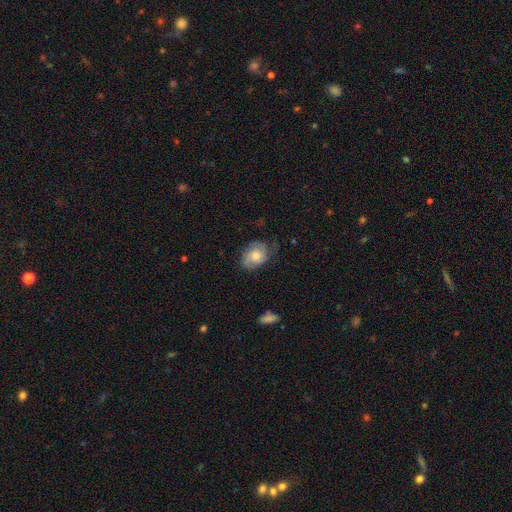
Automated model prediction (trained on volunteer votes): smooth_or_featured: smooth (p=0.49) [alt: featured or disk p=0.43]
merging: none (p=0.62) [alt: minor disturbance p=0.27]